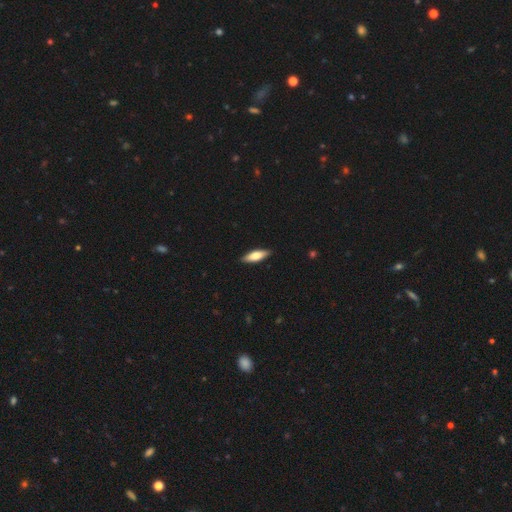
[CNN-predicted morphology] A smooth galaxy with no disk features (68%) that is in between round and cigar-shaped (50%).

Vote fractions:
- Smooth or featured? smooth: 68% / featured or disk: 26% / star or artifact: 5%
- How rounded? in between: 50% / cigar-shaped: 48% / round: 2%
- Merging? none: 89% / minor disturbance: 8% / major disturbance: 2% / merger: 1%